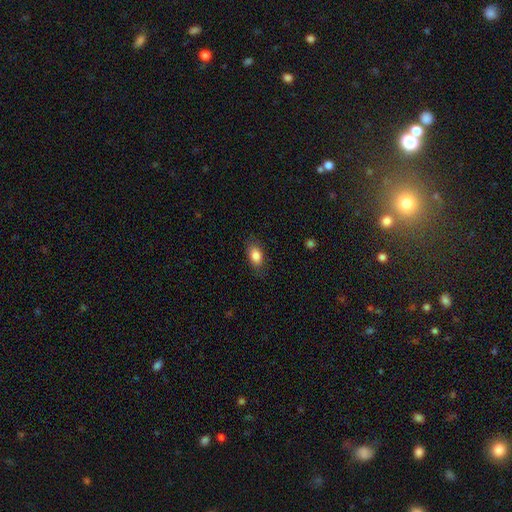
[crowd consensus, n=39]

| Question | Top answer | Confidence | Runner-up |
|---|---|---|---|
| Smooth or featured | smooth | 85% | featured or disk (10%) |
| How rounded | in between | 94% | round (3%) |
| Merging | none | 78% | minor disturbance (16%) |